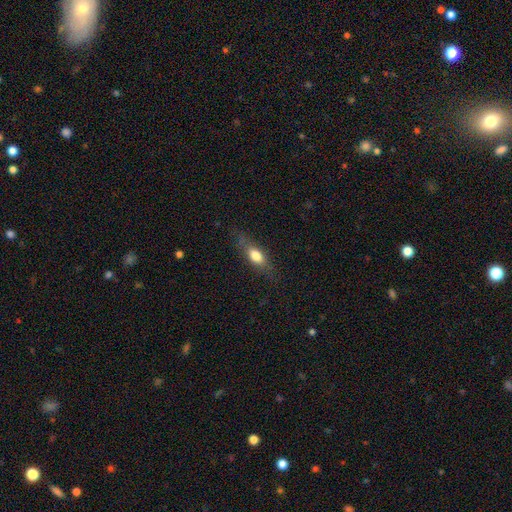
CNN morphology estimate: Smooth or featured? smooth (68%)
How rounded? in between (64%)
Merging? none (72%)